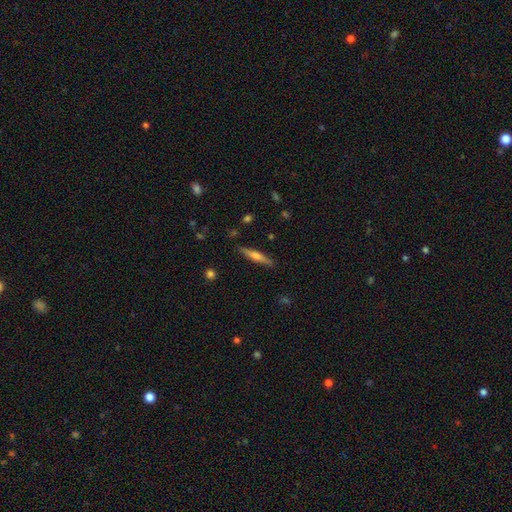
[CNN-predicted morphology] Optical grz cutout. It shows a featured or disk galaxy (56%) viewed edge-on (96%) with a rounded central bulge (82%). Merging: none (89%).